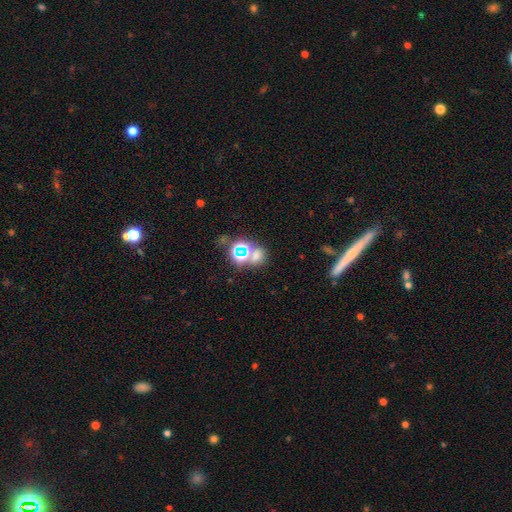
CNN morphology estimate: This appears to be a star or artifact, not a galaxy (48%).